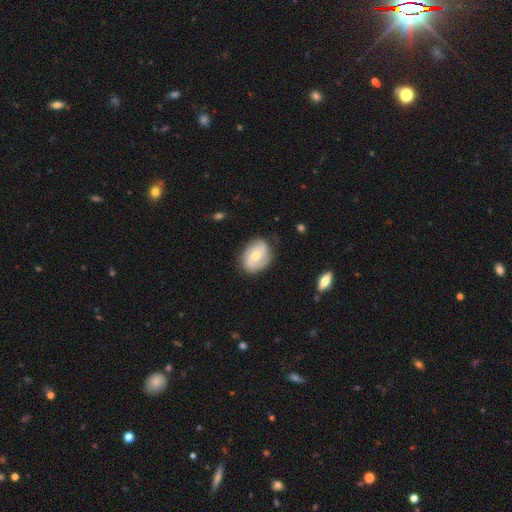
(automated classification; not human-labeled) This is likely a featured or disk galaxy (70%). It is clearly not viewed edge-on (97%). Bar: likely no (63%). Spiral arm pattern: clearly yes (90%). Spiral arm count: likely 2 (66%). Spiral winding: marginally tight (41%). Central bulge: possibly moderate (53%). Merging: likely none (77%).